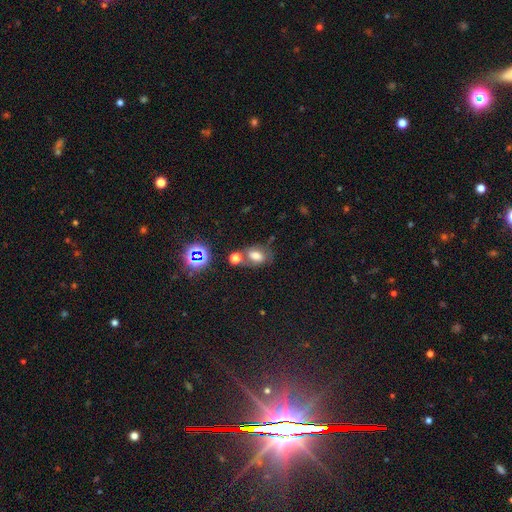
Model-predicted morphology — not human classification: smooth 54%, featured or disk 25%, star or artifact 22%. Down the decision tree: how rounded — in between (74%); merging — none (48%).